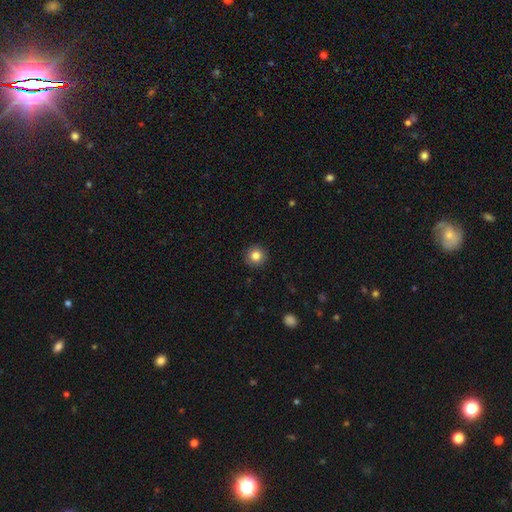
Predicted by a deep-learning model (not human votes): Smooth or featured? smooth (84%)
How rounded? round (95%)
Merging? none (92%)